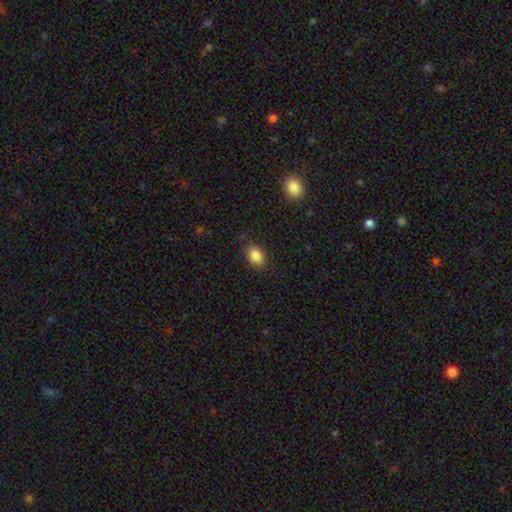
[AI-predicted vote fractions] A smooth galaxy with no disk features (86%) that is in between round and cigar-shaped (79%).

Vote fractions:
- Smooth or featured? smooth: 86% / star or artifact: 9% / featured or disk: 5%
- How rounded? in between: 79% / round: 20% / cigar-shaped: 1%
- Merging? none: 85% / minor disturbance: 11% / major disturbance: 3% / merger: 1%